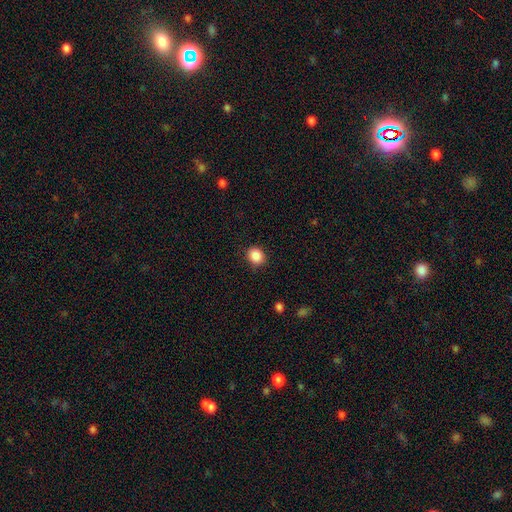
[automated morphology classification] smooth_or_featured: smooth (p=0.88) [alt: star or artifact p=0.09]
how_rounded: round (p=0.69) [alt: in between p=0.30]
merging: none (p=0.88) [alt: minor disturbance p=0.08]